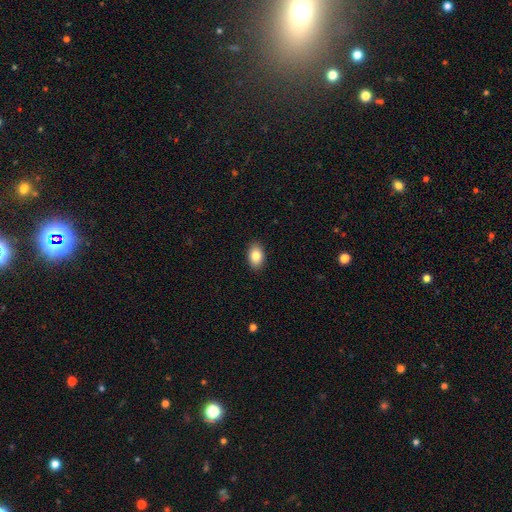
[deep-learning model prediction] Smooth or featured?
  - smooth: 84% *
  - featured or disk: 8%
  - star or artifact: 8%
How rounded?
  - in between: 88% *
  - round: 10%
  - cigar-shaped: 1%
Merging?
  - none: 90% *
  - minor disturbance: 7%
  - major disturbance: 2%
  - merger: 1%